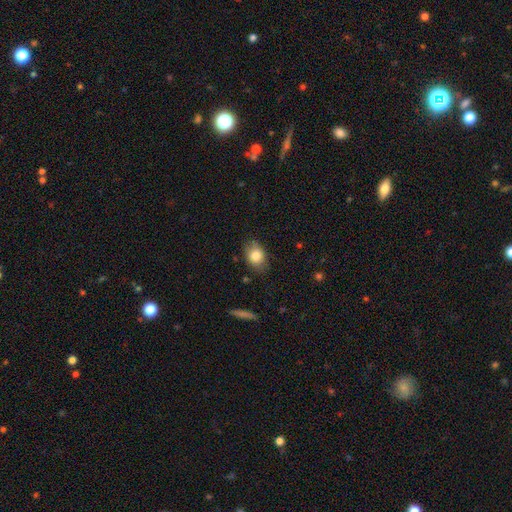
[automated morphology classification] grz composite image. It shows a smooth galaxy with no disk features (81%) that is in between round and cigar-shaped (73%). Merging: none (78%).